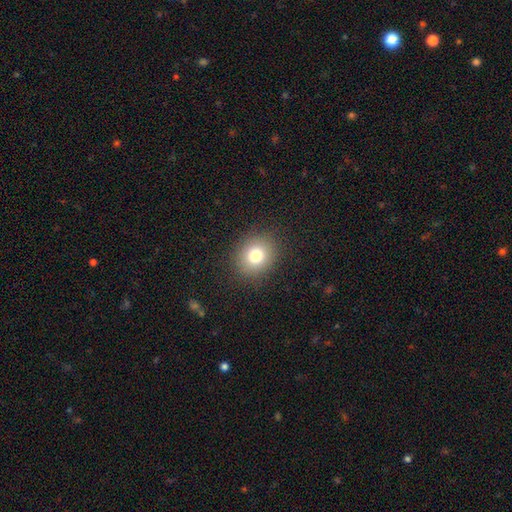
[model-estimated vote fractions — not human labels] Smooth or featured? Predicted: smooth (p=0.78). How rounded? Predicted: round (p=0.69). Merging? Predicted: none (p=0.88).